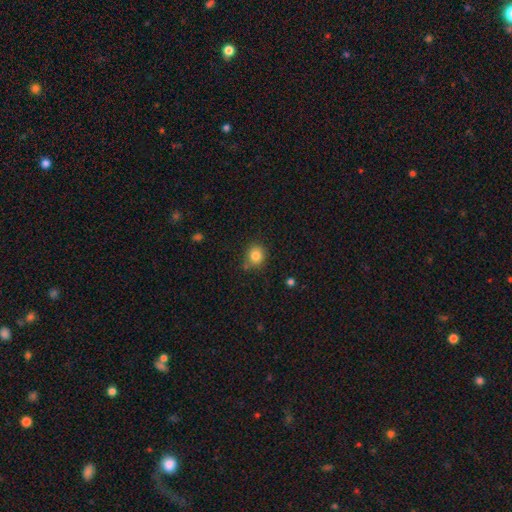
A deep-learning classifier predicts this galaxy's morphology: Q: Smooth or featured?
A: smooth (83%); runner-up: star or artifact (10%)
Q: How rounded?
A: round (78%); runner-up: in between (21%)
Q: Merging?
A: none (77%); runner-up: minor disturbance (15%)